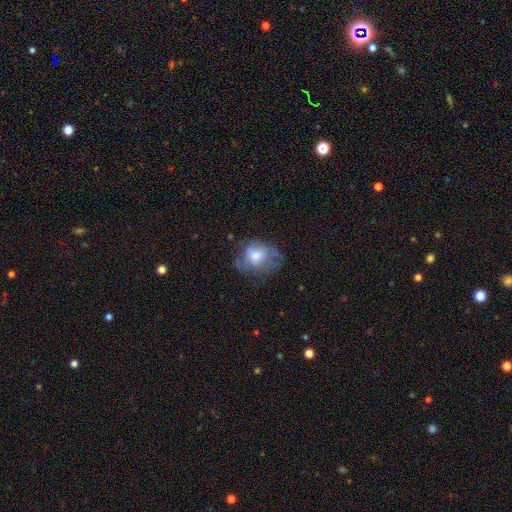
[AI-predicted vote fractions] Smooth or featured? smooth (49%)
Merging? none (45%)